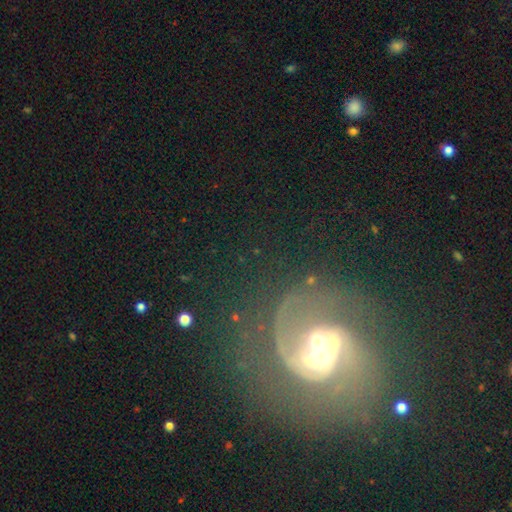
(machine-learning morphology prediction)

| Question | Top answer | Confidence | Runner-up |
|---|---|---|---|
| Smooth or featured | featured or disk | 76% | star or artifact (12%) |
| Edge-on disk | no | 97% | yes (3%) |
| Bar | weak | 40% | no (37%) |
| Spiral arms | yes | 85% | no (15%) |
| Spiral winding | medium | 46% | loose (30%) |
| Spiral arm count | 2 | 68% | 1 (16%) |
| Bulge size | moderate | 57% | small (26%) |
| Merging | none | 43% | merger (28%) |